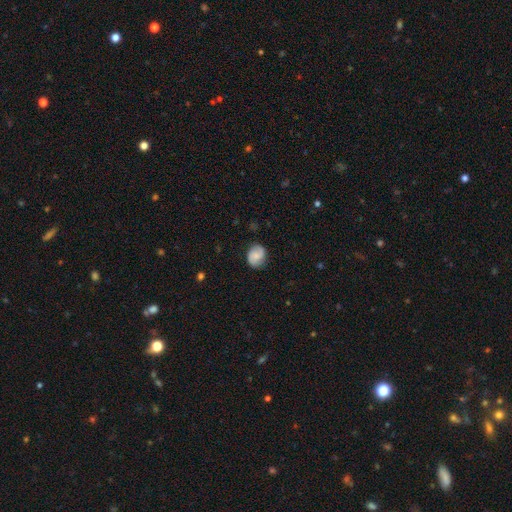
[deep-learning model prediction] Overall: smooth (53%; featured or disk 39%). How rounded: round (58%; in between 41%). Merging: none (77%).